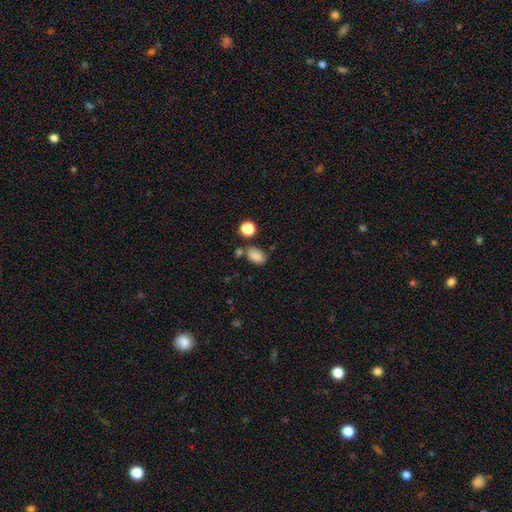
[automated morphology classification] Smooth or featured? Predicted: smooth (p=0.84). How rounded? Predicted: in between (p=0.84). Merging? Predicted: none (p=0.62).